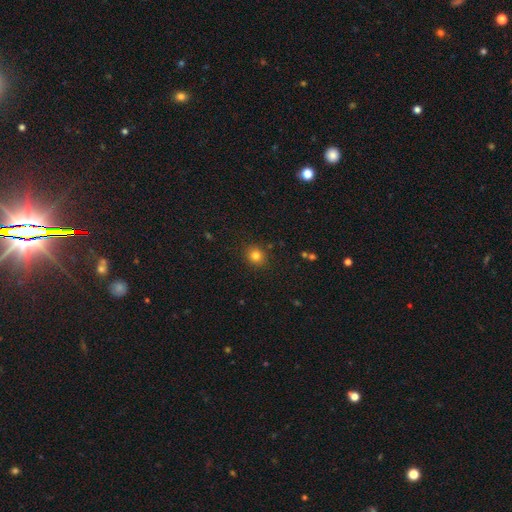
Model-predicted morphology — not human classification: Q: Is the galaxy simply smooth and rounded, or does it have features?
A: smooth — 81%.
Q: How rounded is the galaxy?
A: round — 83%.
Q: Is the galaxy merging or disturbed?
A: none — 89%.